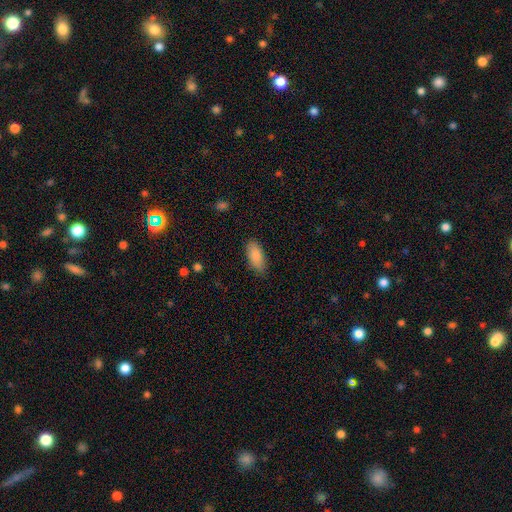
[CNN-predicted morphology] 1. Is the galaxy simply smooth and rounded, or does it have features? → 86% smooth, 8% featured or disk, 6% star or artifact.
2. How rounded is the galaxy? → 88% in between, 10% cigar-shaped, 2% round.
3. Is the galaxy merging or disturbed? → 84% none, 13% minor disturbance, 2% major disturbance, 1% merger.